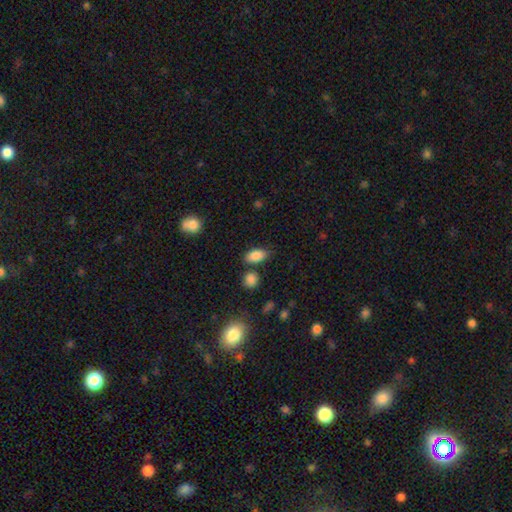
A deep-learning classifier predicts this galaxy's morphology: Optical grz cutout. It shows a smooth galaxy with no disk features (86%) that is in between round and cigar-shaped (89%). Merging: none (74%).